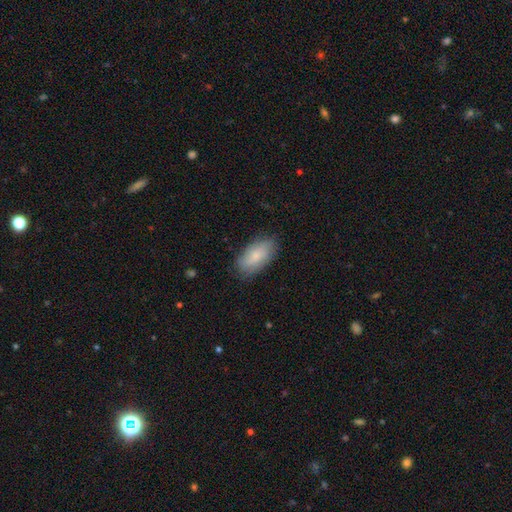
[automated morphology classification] The model was most divided on "smooth or featured": smooth: 79%, featured or disk: 15%, star or artifact: 6%. More confident: how rounded — in between (92%); merging — none (81%).